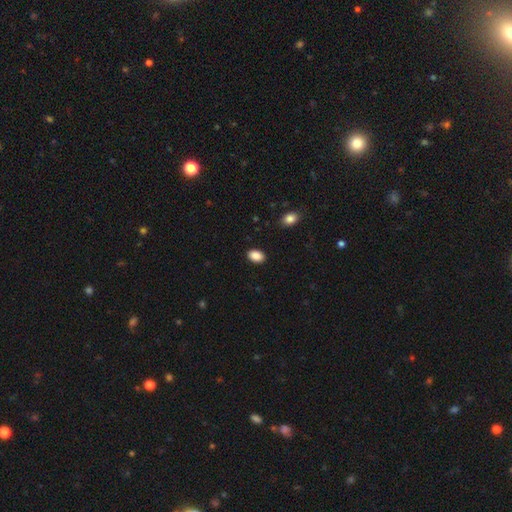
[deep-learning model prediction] Smooth or featured: smooth — 89% (star or artifact — 8%)
How rounded: in between — 87% (round — 12%)
Merging: none — 90% (minor disturbance — 7%)